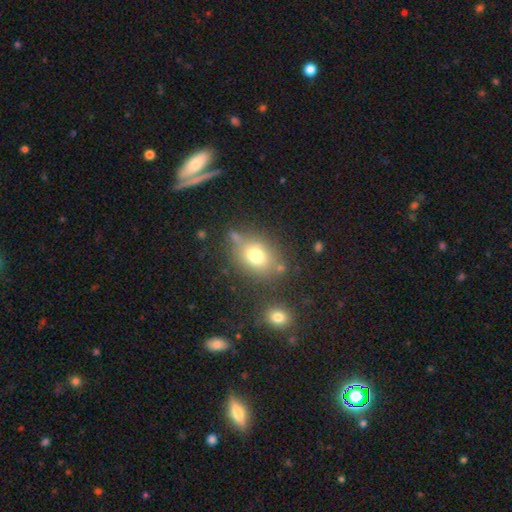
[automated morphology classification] This appears to be a smooth galaxy with no disk features (73%) that is in between round and cigar-shaped (56%). Merging: none (65%).